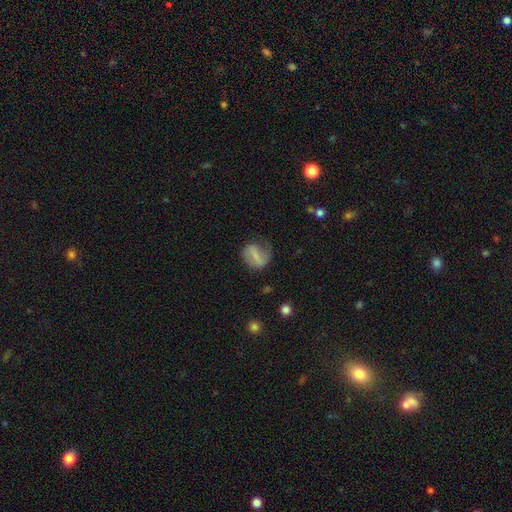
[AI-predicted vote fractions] smooth-or-featured: smooth: 47% | featured or disk: 45% | star or artifact: 8%
  merging: none: 57% | minor disturbance: 25% | major disturbance: 16% | merger: 2%